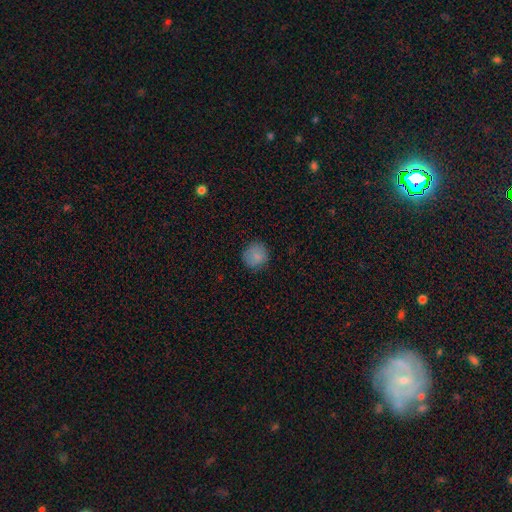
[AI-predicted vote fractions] smooth-or-featured: smooth: 84% | star or artifact: 10% | featured or disk: 6%
  how-rounded: round: 91% | in between: 8% | cigar-shaped: 1%
  merging: none: 85% | minor disturbance: 12% | major disturbance: 3% | merger: 1%